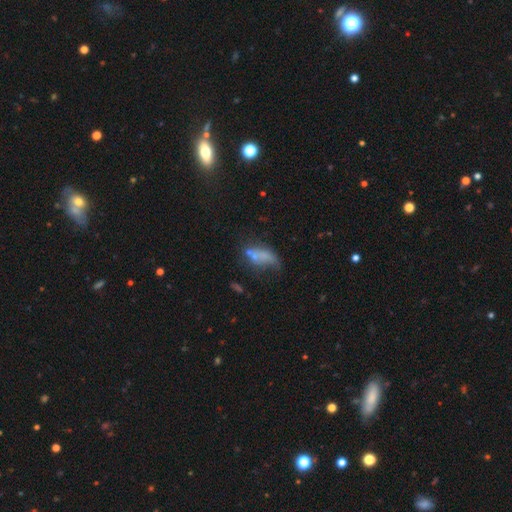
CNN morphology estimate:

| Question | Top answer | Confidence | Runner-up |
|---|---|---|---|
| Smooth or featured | smooth | 52% | featured or disk (31%) |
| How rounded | in between | 80% | cigar-shaped (12%) |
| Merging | major disturbance | 31% | none (28%) |